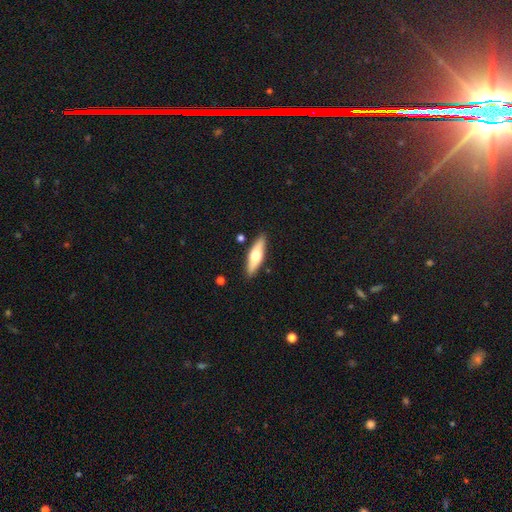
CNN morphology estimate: A smooth galaxy with no disk features (51%) that is cigar-shaped (55%). Merging: none (88%).